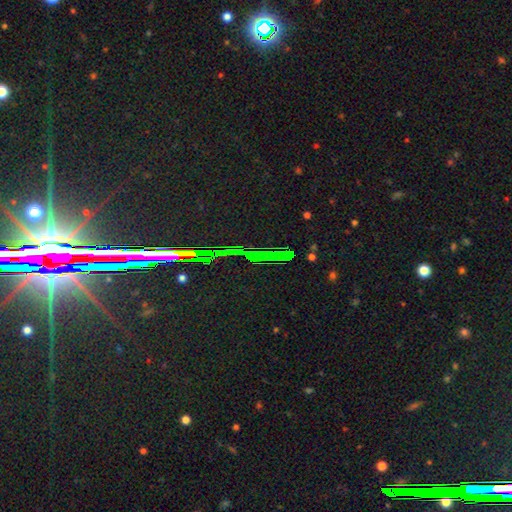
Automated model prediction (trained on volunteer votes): A star or artifact, not a galaxy (84%).

Vote fractions:
- Smooth or featured? star or artifact: 84% / featured or disk: 9% / smooth: 7%